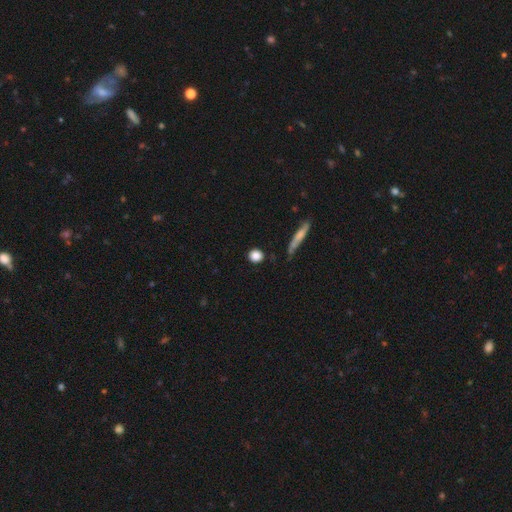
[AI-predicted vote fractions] Overall: smooth (86%). How rounded: round (84%). Merging: none (86%).